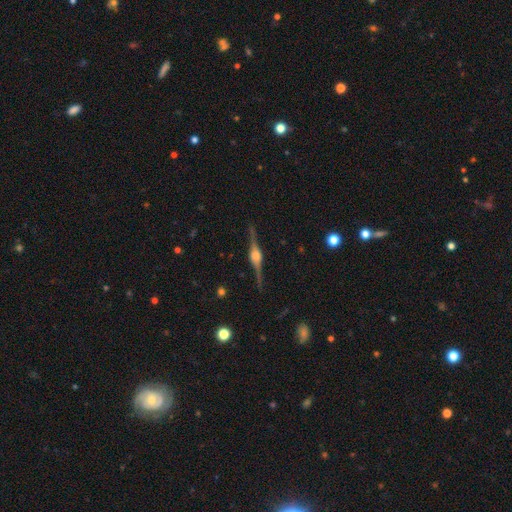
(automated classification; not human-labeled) Overall: featured or disk (89%). Edge-on disk: yes (98%). Edge-on bulge: rounded (85%). Merging: none (89%).